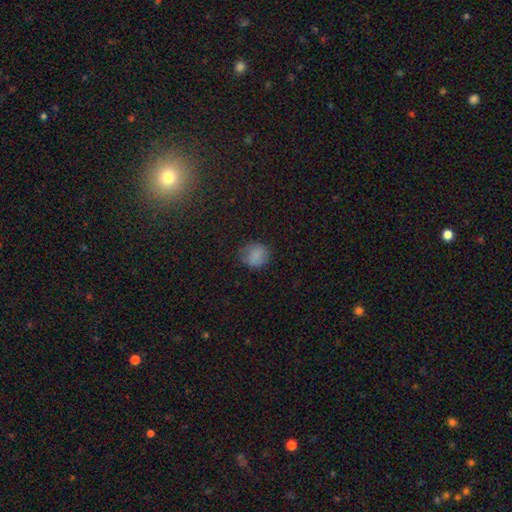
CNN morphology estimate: smooth 82%, star or artifact 11%, featured or disk 7%. Down the decision tree: how rounded — round (80%); merging — none (74%).